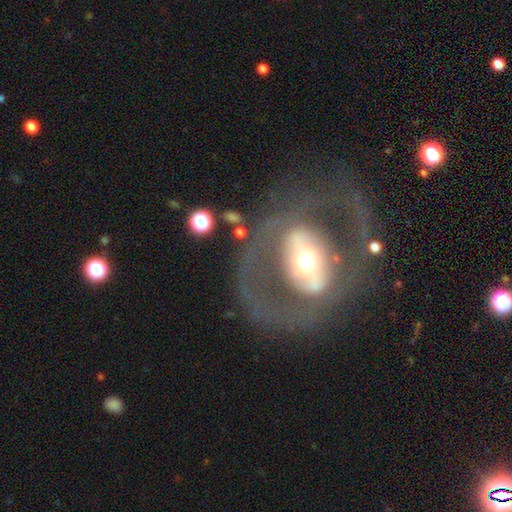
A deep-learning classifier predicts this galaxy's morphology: A featured or disk galaxy (75%) with no bar (41%), no spiral arms (52%) and a moderate central bulge (57%). Merging: none (66%).